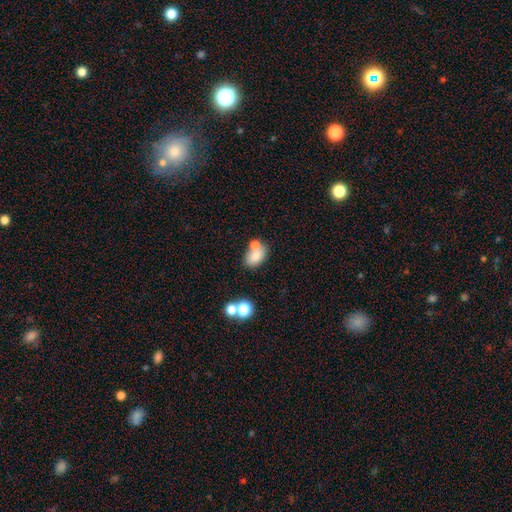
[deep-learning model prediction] smooth_or_featured: smooth (p=0.76) [alt: featured or disk p=0.13]
how_rounded: in between (p=0.83) [alt: round p=0.15]
merging: none (p=0.51) [alt: merger p=0.31]